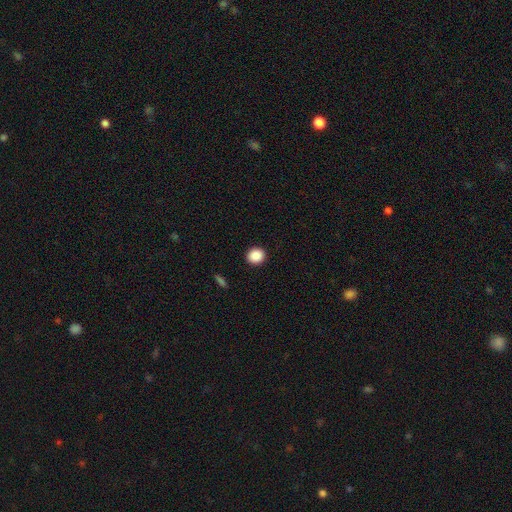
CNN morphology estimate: A smooth galaxy with no disk features (89%) that is round (84%).

Vote fractions:
- Smooth or featured? smooth: 89% / star or artifact: 8% / featured or disk: 3%
- How rounded? round: 84% / in between: 15% / cigar-shaped: 1%
- Merging? none: 92% / minor disturbance: 5% / major disturbance: 2% / merger: 1%